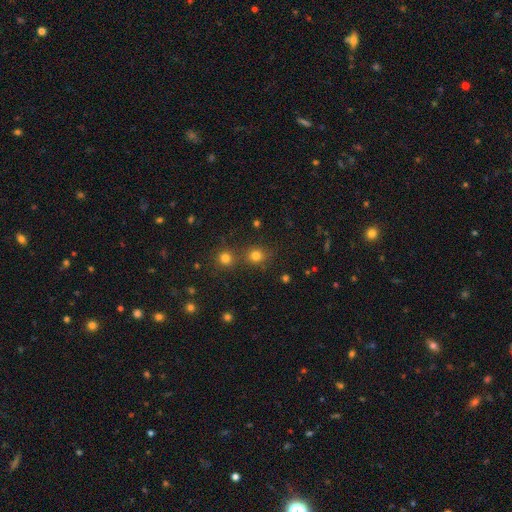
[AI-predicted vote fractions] Smooth or featured? smooth (76%)
How rounded? round (82%)
Merging? none (68%)